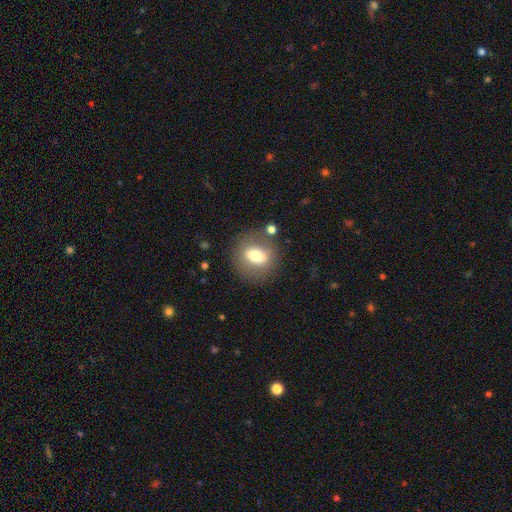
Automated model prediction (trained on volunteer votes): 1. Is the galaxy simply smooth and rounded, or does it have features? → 65% smooth, 26% featured or disk, 9% star or artifact.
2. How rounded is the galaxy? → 61% round, 37% in between, 2% cigar-shaped.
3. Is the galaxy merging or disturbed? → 79% none, 12% minor disturbance, 5% major disturbance, 4% merger.